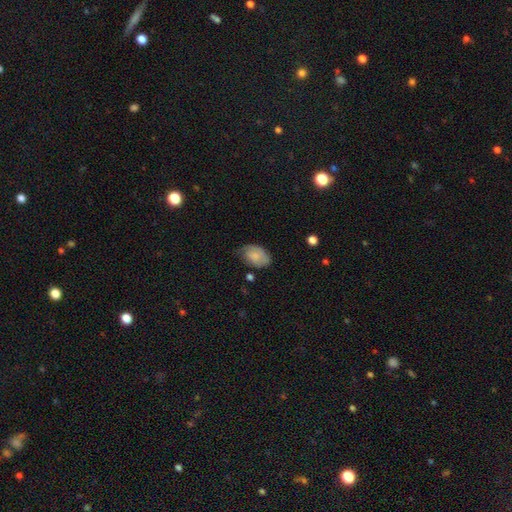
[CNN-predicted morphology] type=smooth (74%); roundness=in between (86%); merging=none (55%).